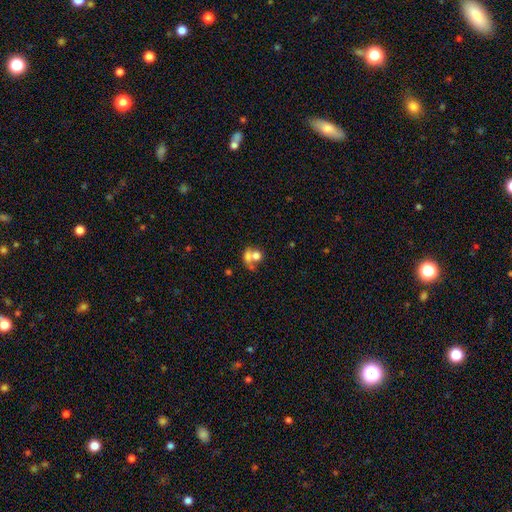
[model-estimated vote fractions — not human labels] smooth 64%, featured or disk 24%, star or artifact 12%. Down the decision tree: how rounded — round (62%); merging — merger (64%).